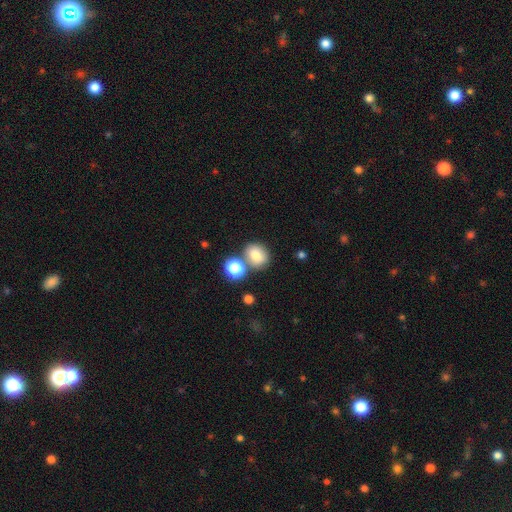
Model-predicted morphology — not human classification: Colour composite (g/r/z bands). It shows a smooth galaxy with no disk features (78%) that is round (62%). Merging: none (64%).